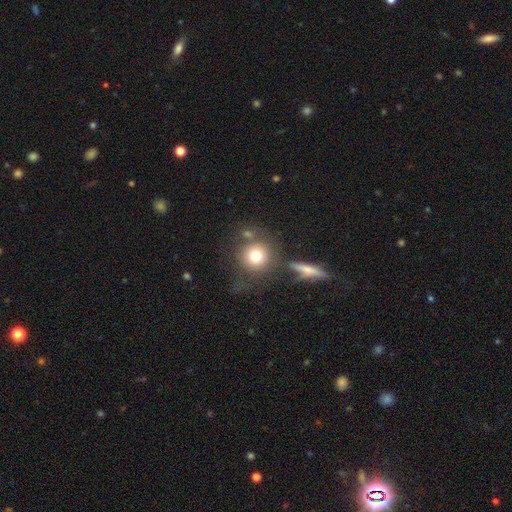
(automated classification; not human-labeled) A smooth galaxy with no disk features (76%) that is round (90%).

Vote fractions:
- Smooth or featured? smooth: 76% / featured or disk: 13% / star or artifact: 11%
- How rounded? round: 90% / in between: 9% / cigar-shaped: 1%
- Merging? none: 67% / merger: 14% / minor disturbance: 12% / major disturbance: 7%